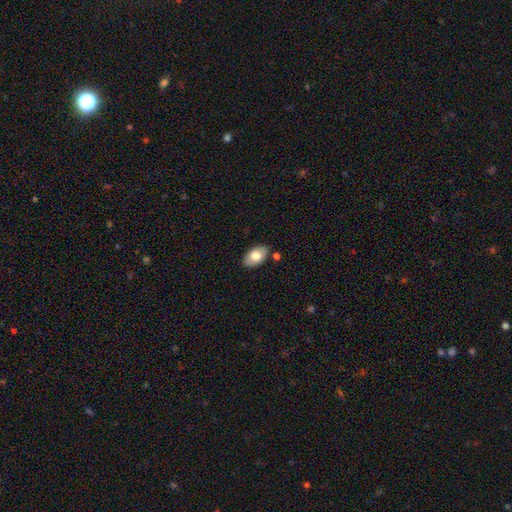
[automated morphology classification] Smooth or featured: smooth — 75% (featured or disk — 18%)
How rounded: in between — 93% (round — 6%)
Merging: none — 83% (minor disturbance — 11%)